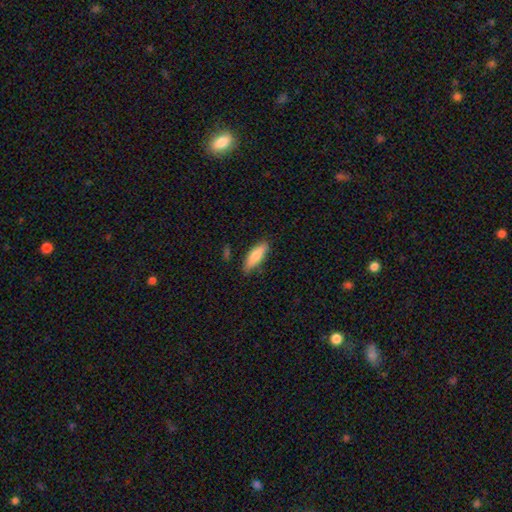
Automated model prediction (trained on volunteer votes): Q: Smooth or featured?
A: smooth (81%); runner-up: featured or disk (13%)
Q: How rounded?
A: in between (54%); runner-up: cigar-shaped (44%)
Q: Merging?
A: none (83%); runner-up: minor disturbance (13%)